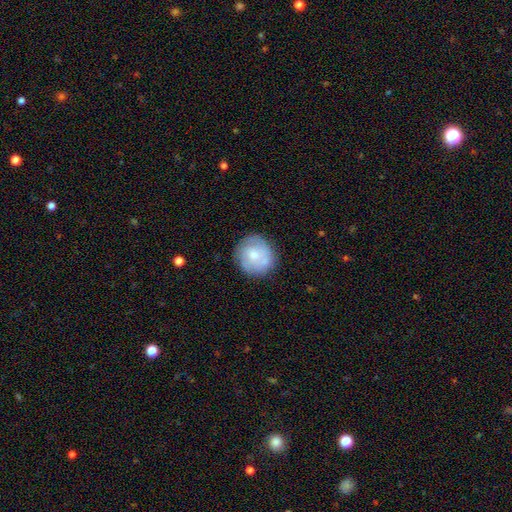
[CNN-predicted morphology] A smooth galaxy with no disk features (61%) that is round (88%).

Vote fractions:
- Smooth or featured? smooth: 61% / featured or disk: 32% / star or artifact: 7%
- How rounded? round: 88% / in between: 11% / cigar-shaped: 1%
- Merging? none: 78% / minor disturbance: 15% / major disturbance: 4% / merger: 2%